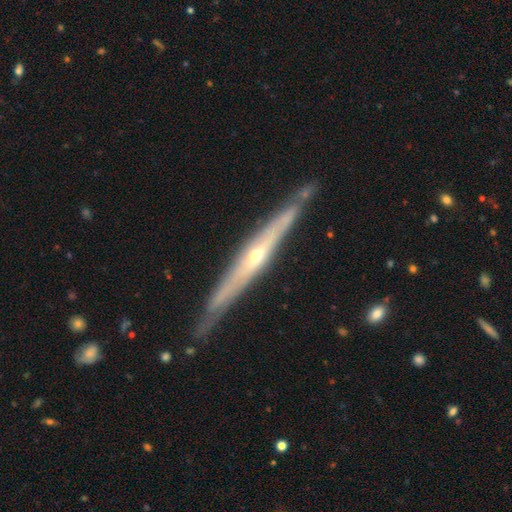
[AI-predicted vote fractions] The model was most divided on "edge-on bulge": rounded: 71%, none: 25%, boxy: 4%. More confident: edge-on disk — yes (94%); merging — none (81%); smooth or featured — featured or disk (80%).